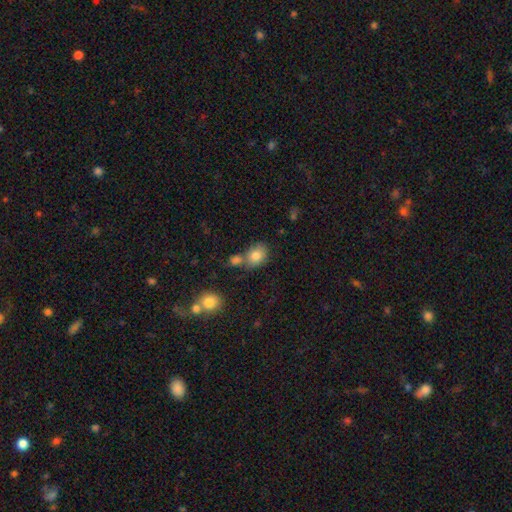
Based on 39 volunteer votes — Overall: smooth (90%). How rounded: in between (54%; round 43%). Merging: none (65%; merger 27%).